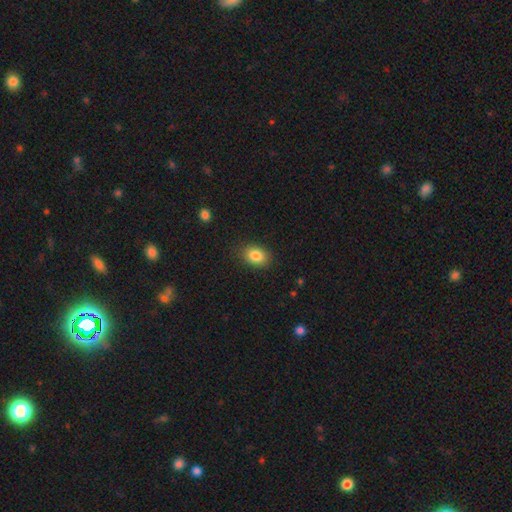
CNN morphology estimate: A smooth galaxy with no disk features (85%) that is in between round and cigar-shaped (74%). Merging: none (86%).